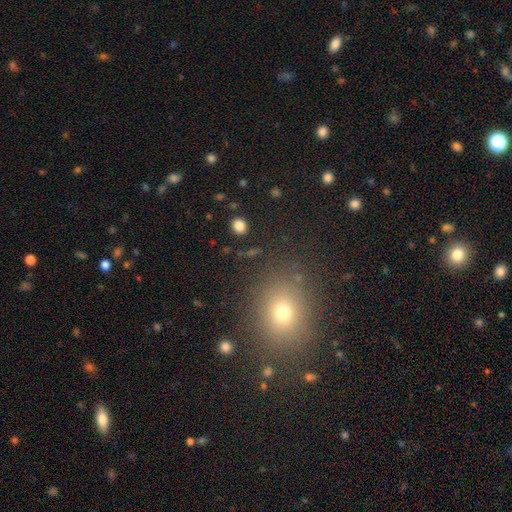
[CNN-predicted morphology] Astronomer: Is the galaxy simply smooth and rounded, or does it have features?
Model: smooth — 61%.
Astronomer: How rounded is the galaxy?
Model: round — 56% (runner-up: in between, 43%).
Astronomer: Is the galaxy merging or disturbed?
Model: none — 88%.